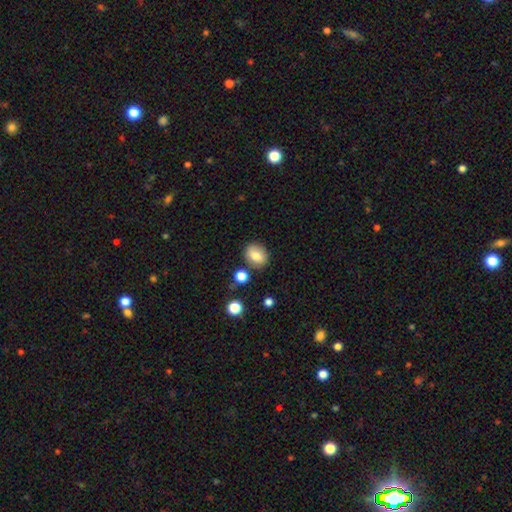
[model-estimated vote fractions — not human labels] A smooth galaxy with no disk features (78%) that is round (50%).

Vote fractions:
- Smooth or featured? smooth: 78% / featured or disk: 12% / star or artifact: 10%
- How rounded? round: 50% / in between: 49% / cigar-shaped: 1%
- Merging? none: 82% / minor disturbance: 10% / merger: 4% / major disturbance: 3%